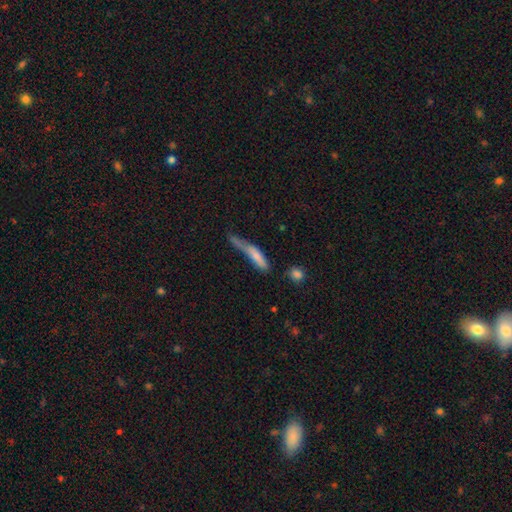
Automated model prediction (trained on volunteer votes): smooth-or-featured: smooth: 67% | featured or disk: 25% | star or artifact: 8%
  how-rounded: cigar-shaped: 82% | in between: 16% | round: 2%
  merging: major disturbance: 29% (tied) | minor disturbance: 29% (tied) | none: 28% | merger: 14%